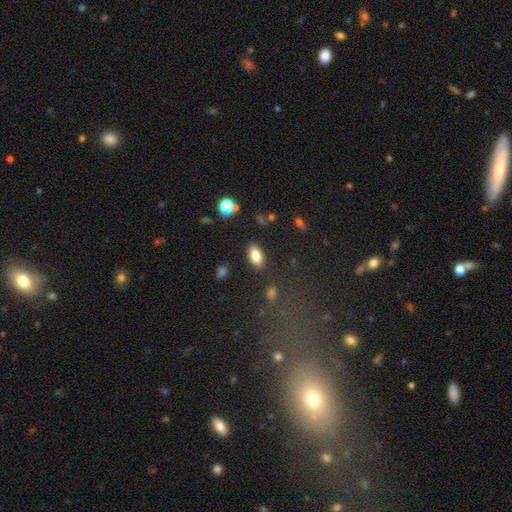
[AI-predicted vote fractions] Smooth or featured: smooth — 83% (star or artifact — 9%)
How rounded: in between — 92% (cigar-shaped — 4%)
Merging: none — 86% (minor disturbance — 9%)